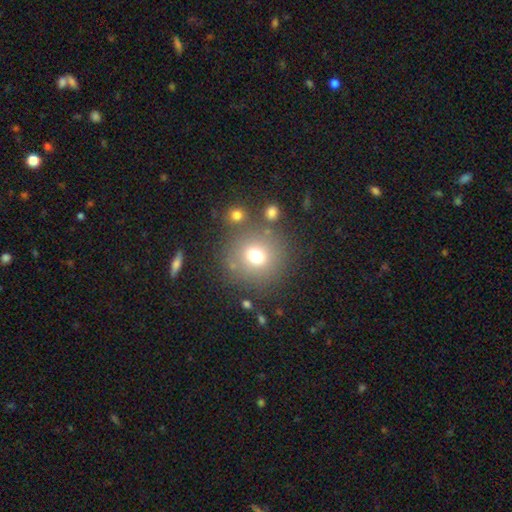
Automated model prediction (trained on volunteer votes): smooth_or_featured: smooth (p=0.70) [alt: star or artifact p=0.16]
how_rounded: round (p=0.87) [alt: in between p=0.12]
merging: none (p=0.74) [alt: minor disturbance p=0.11]